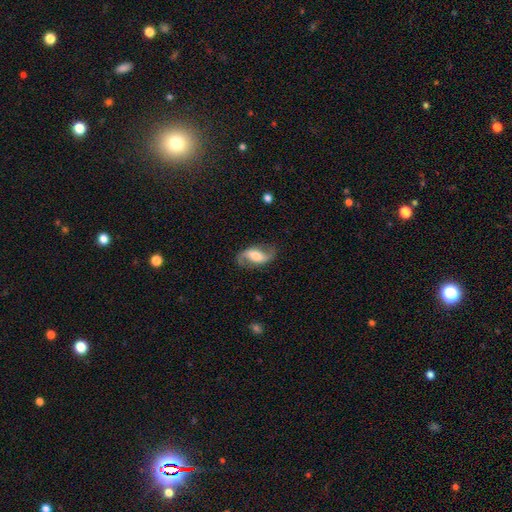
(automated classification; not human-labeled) The model was most divided on "bar": weak: 40%, no: 32%, strong: 27%. Remaining: edge-on disk — no (96%); spiral arms — yes (94%); spiral arm count — 2 (92%); smooth or featured — featured or disk (80%); merging — none (78%); spiral winding — loose (64%); bulge size — moderate (47%).